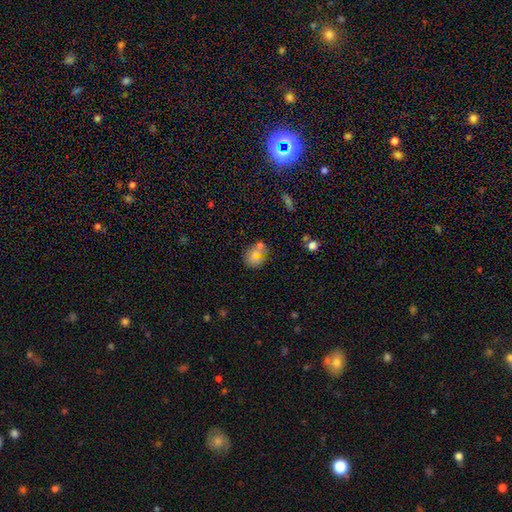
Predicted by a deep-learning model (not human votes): A smooth galaxy with no disk features (64%) that is round (61%). Merging: none (68%).